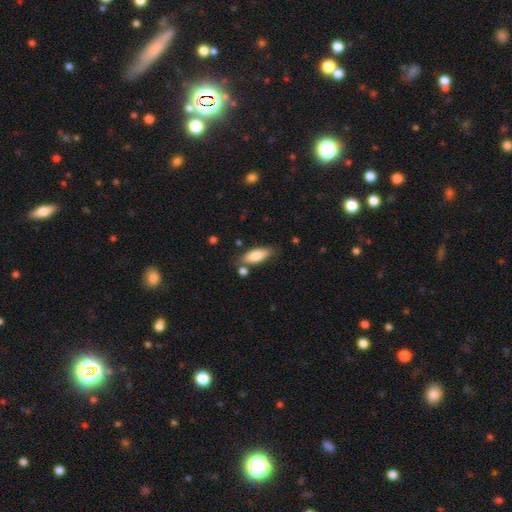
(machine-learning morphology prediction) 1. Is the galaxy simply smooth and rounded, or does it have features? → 79% smooth, 14% featured or disk, 6% star or artifact.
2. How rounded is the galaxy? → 71% in between, 27% cigar-shaped, 2% round.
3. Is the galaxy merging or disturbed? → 74% none, 15% minor disturbance, 7% merger, 3% major disturbance.